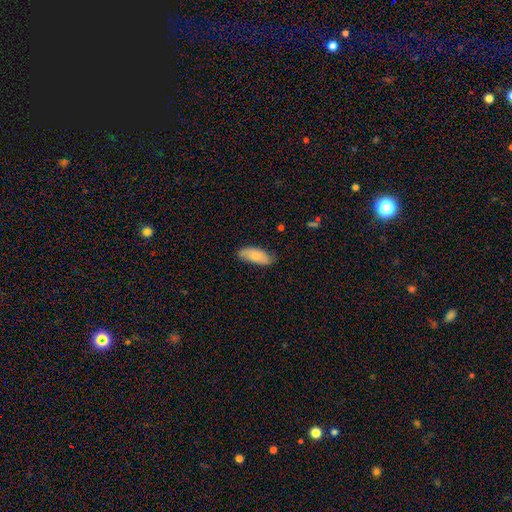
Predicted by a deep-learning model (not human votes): smooth 75%, featured or disk 19%, star or artifact 6%. Down the decision tree: how rounded — in between (81%); merging — none (73%).